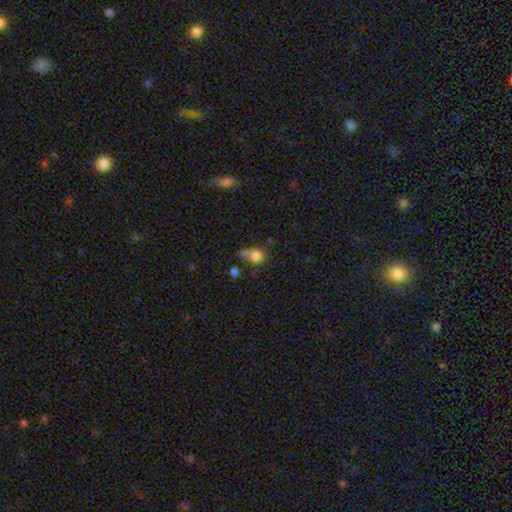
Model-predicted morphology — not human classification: Smooth or featured? Predicted: smooth (p=0.78). How rounded? Predicted: round (p=0.70). Merging? Predicted: none (p=0.37).